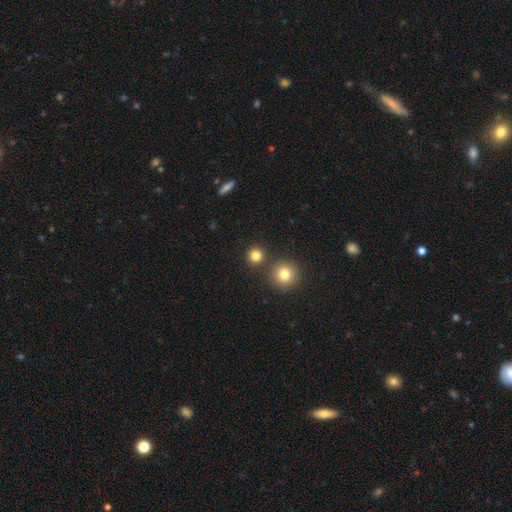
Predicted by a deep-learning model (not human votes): A smooth galaxy with no disk features (82%) that is round (93%).

Vote fractions:
- Smooth or featured? smooth: 82% / star or artifact: 13% / featured or disk: 5%
- How rounded? round: 93% / in between: 6% / cigar-shaped: 1%
- Merging? none: 84% / merger: 8% / minor disturbance: 6% / major disturbance: 2%